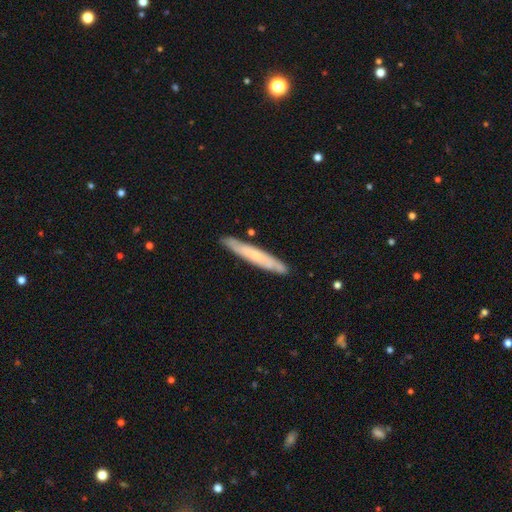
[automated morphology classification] Smooth or featured: smooth — 49% (featured or disk — 45%)
Merging: none — 87% (minor disturbance — 10%)